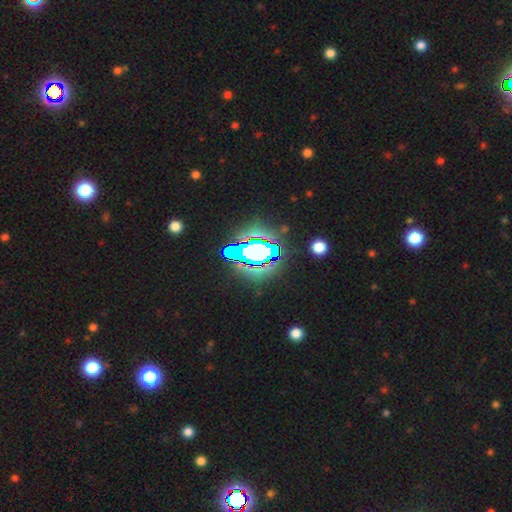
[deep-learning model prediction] smooth_or_featured: star or artifact (p=0.63) [alt: smooth p=0.19]